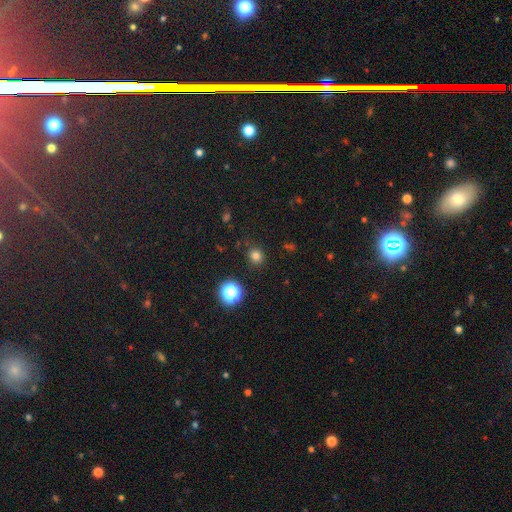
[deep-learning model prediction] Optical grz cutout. It shows a smooth galaxy with no disk features (78%) that is round (85%). Merging: none (86%).